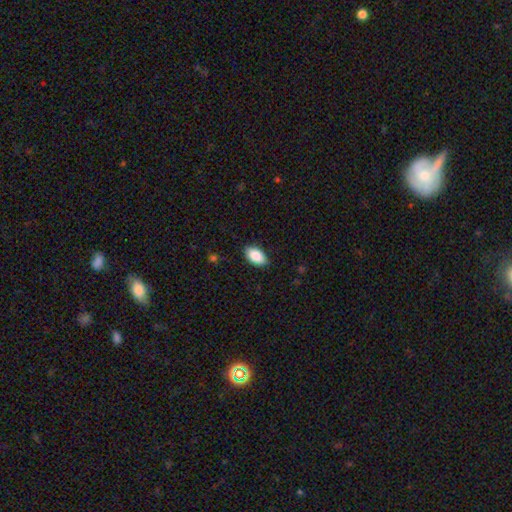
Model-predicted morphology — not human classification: This appears to be a smooth galaxy with no disk features (88%) that is in between round and cigar-shaped (94%). Merging: none (87%).